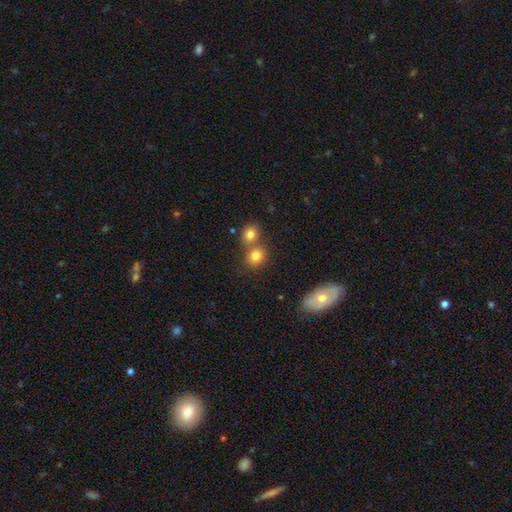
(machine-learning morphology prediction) smooth_or_featured: smooth (p=0.80) [alt: star or artifact p=0.12]
how_rounded: round (p=0.77) [alt: in between p=0.22]
merging: none (p=0.52) [alt: merger p=0.38]